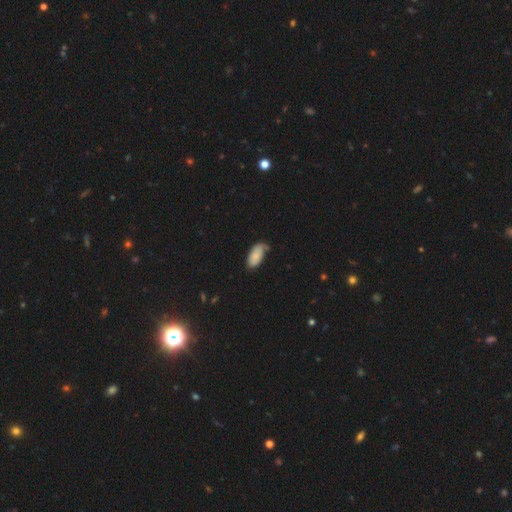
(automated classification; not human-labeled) Smooth or featured? Predicted: smooth (p=0.78). How rounded? Predicted: in between (p=0.93). Merging? Predicted: none (p=0.51).